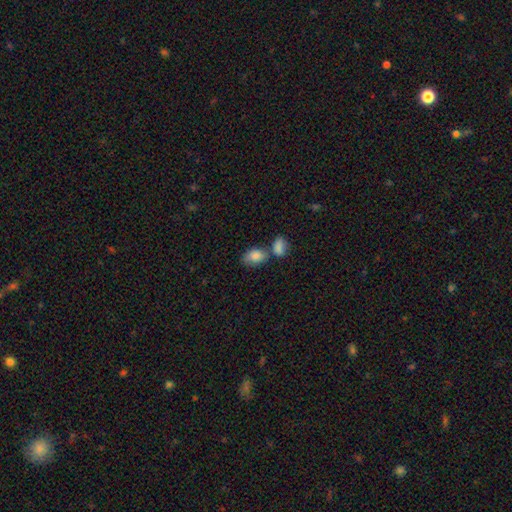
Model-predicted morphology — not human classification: Smooth or featured? Predicted: smooth (p=0.84). How rounded? Predicted: in between (p=0.87). Merging? Predicted: merger (p=0.40, tied with none).